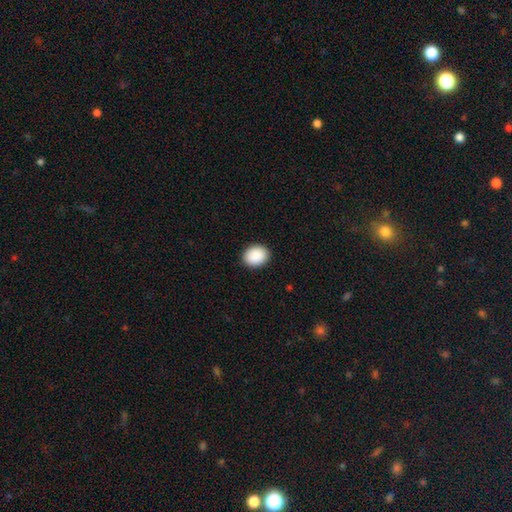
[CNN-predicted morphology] This appears to be a smooth galaxy with no disk features (91%) that is round (50%). Merging: none (92%).